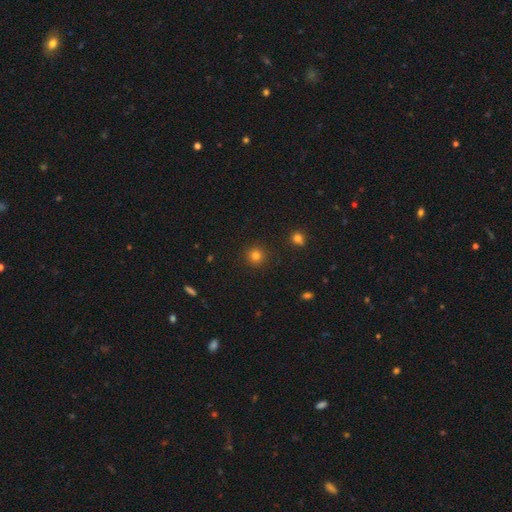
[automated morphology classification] Smooth or featured?
  - smooth: 80% *
  - star or artifact: 14%
  - featured or disk: 5%
How rounded?
  - round: 94% *
  - in between: 5%
  - cigar-shaped: 1%
Merging?
  - none: 91% *
  - minor disturbance: 5%
  - major disturbance: 2%
  - merger: 2%